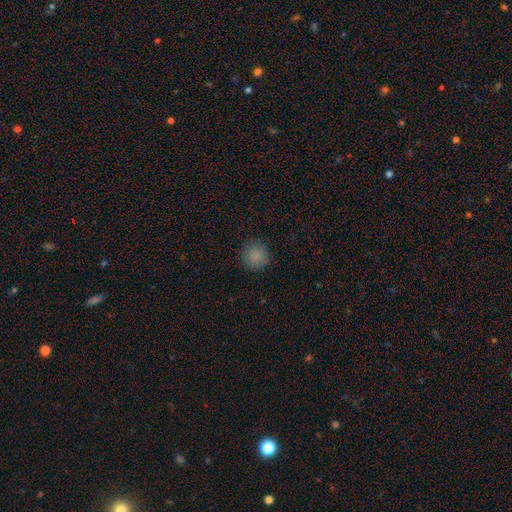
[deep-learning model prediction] Overall: smooth (85%). How rounded: round (93%). Merging: none (88%).